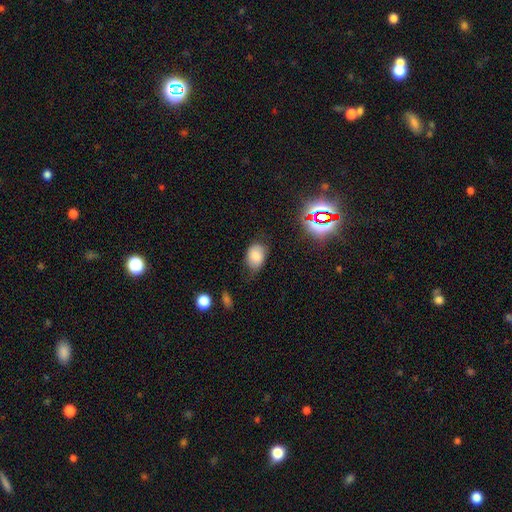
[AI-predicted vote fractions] Smooth or featured? smooth (80%)
How rounded? in between (78%)
Merging? none (62%)